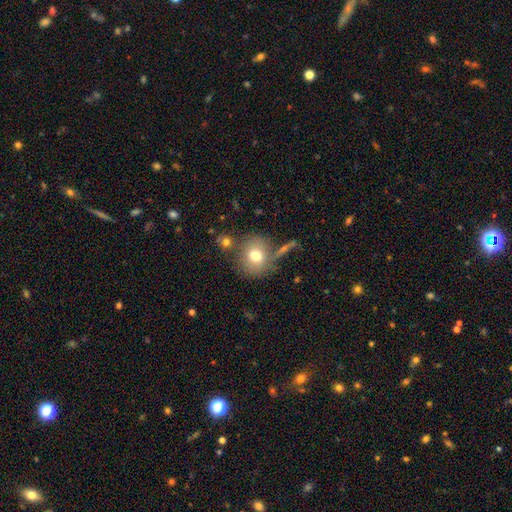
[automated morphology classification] type=smooth (72%); roundness=round (85%); merging=none (68%).